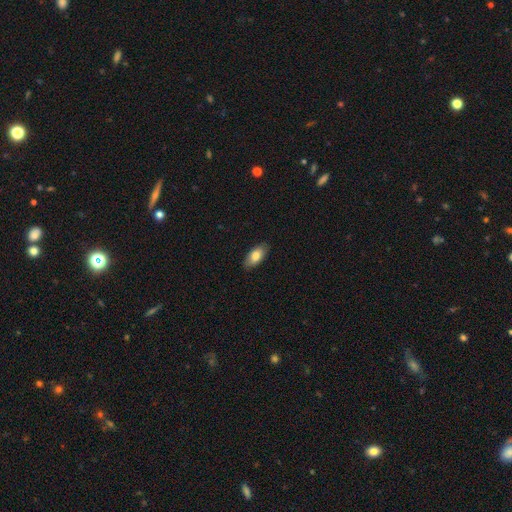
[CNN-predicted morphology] This is clearly a smooth galaxy (80%). How rounded: clearly in between (91%). Merging: clearly none (86%).